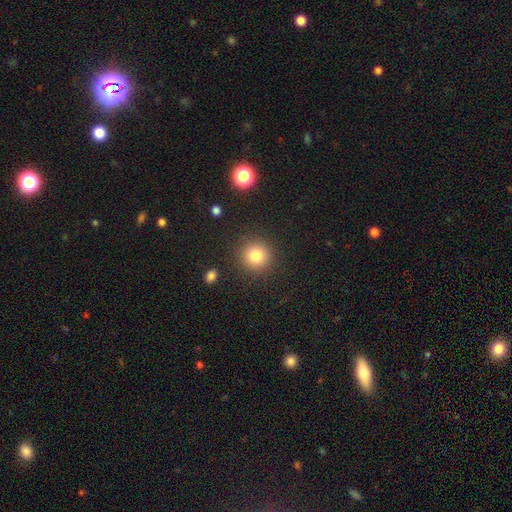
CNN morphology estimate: smooth 81%, star or artifact 12%, featured or disk 7%. Down the decision tree: how rounded — round (94%); merging — none (89%).